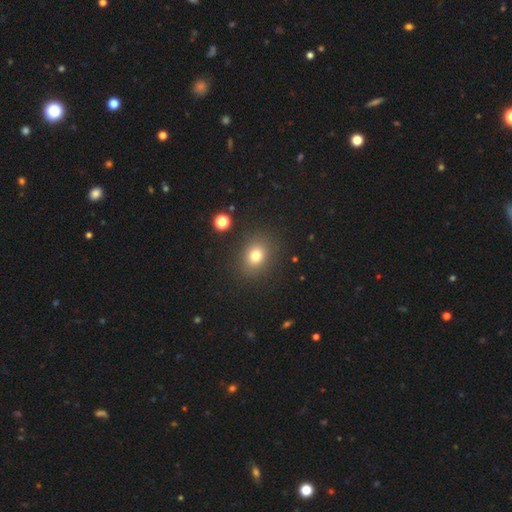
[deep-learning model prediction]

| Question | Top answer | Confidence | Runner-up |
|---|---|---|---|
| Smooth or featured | smooth | 77% | star or artifact (14%) |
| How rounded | round | 60% | in between (39%) |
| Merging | none | 86% | minor disturbance (9%) |